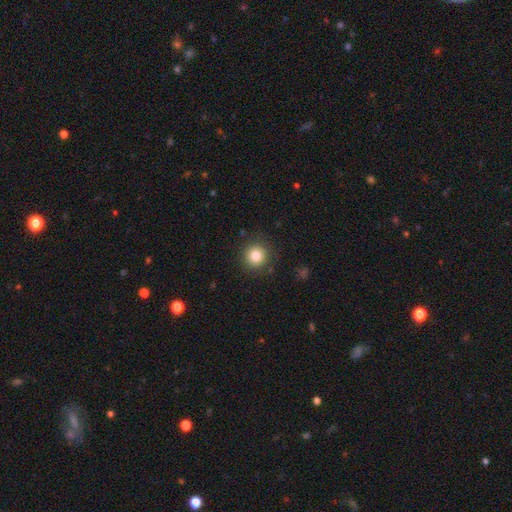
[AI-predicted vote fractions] This is clearly a smooth galaxy (83%). How rounded: clearly round (94%). Merging: clearly none (89%).